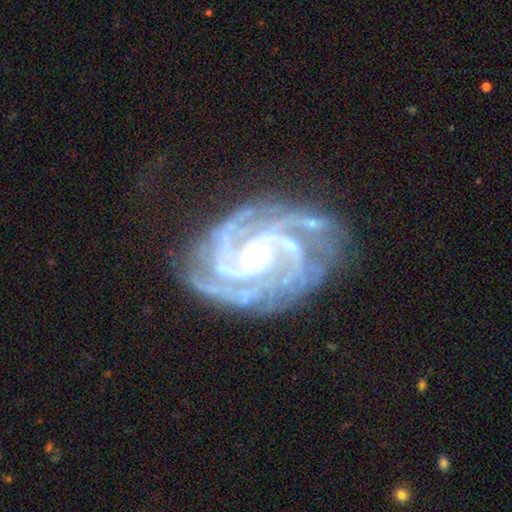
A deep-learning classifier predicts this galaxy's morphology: This appears to be a featured or disk galaxy (92%) with no bar (61%), 3 (33%) tight (69%) spiral arms (99%) and a small central bulge (72%). Merging: none (70%).